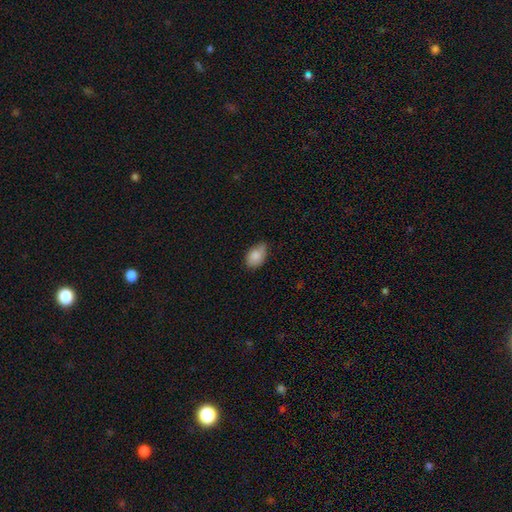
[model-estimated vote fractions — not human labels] Smooth or featured?
  - smooth: 83% *
  - featured or disk: 10%
  - star or artifact: 7%
How rounded?
  - in between: 87% *
  - round: 11%
  - cigar-shaped: 1%
Merging?
  - none: 61% *
  - minor disturbance: 33%
  - major disturbance: 5%
  - merger: 1%